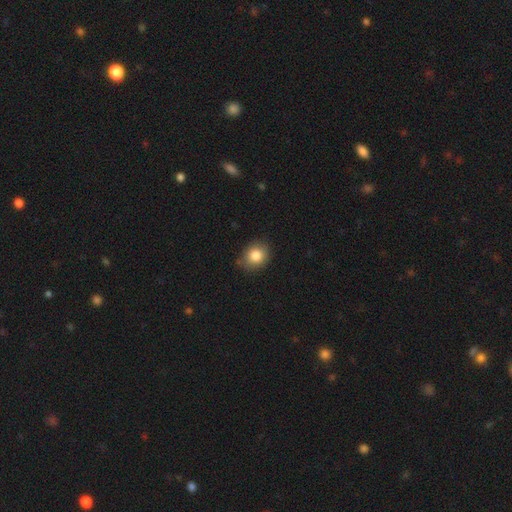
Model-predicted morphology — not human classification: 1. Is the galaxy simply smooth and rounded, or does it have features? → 83% smooth, 9% star or artifact, 7% featured or disk.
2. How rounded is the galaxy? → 65% round, 34% in between, 1% cigar-shaped.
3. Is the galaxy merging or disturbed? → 78% none, 17% minor disturbance, 3% major disturbance, 2% merger.